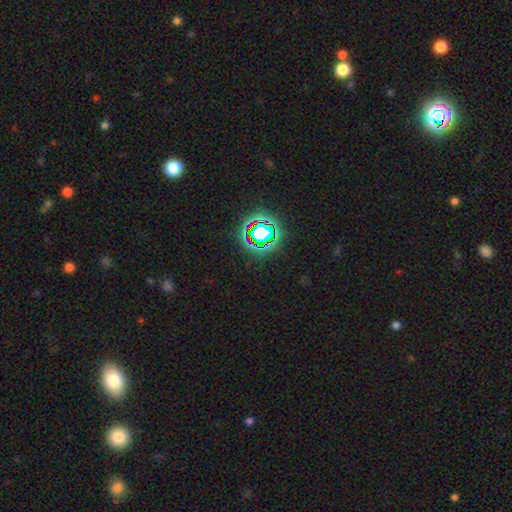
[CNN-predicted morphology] Overall: star or artifact (78%).